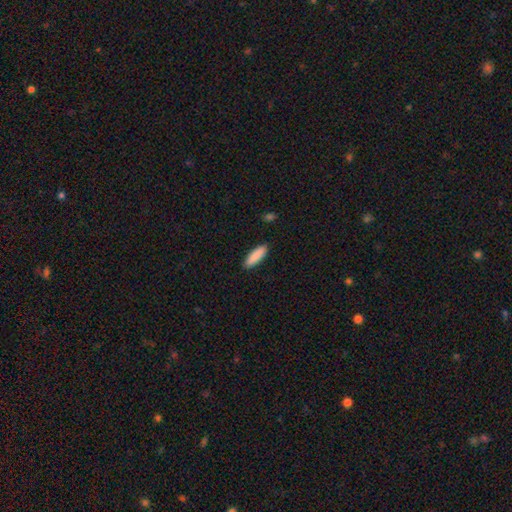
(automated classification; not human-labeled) Q: Smooth or featured?
A: smooth (89%); runner-up: star or artifact (6%)
Q: How rounded?
A: cigar-shaped (55%); runner-up: in between (43%)
Q: Merging?
A: none (90%); runner-up: minor disturbance (8%)